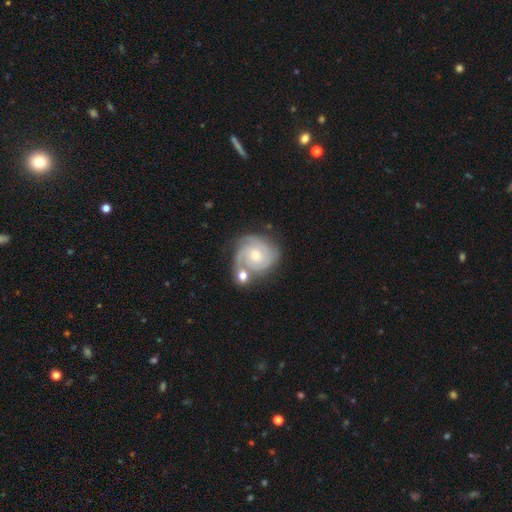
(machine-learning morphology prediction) Smooth or featured? featured or disk (83%)
Edge-on disk? no (98%)
Bar? no (73%)
Spiral arms? yes (97%)
Spiral winding? tight (72%)
Spiral arm count? 3 (41%)
Bulge size? small (50%)
Merging? none (56%)